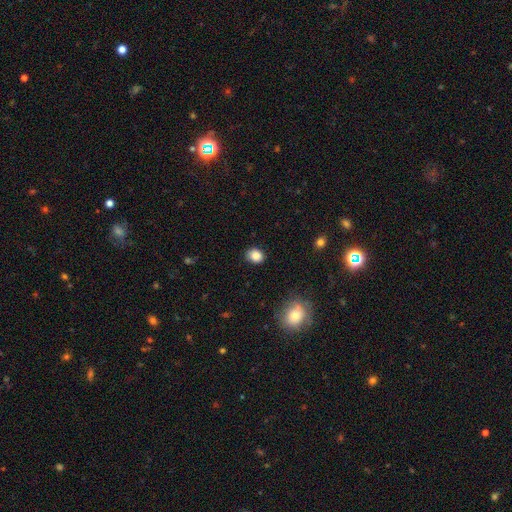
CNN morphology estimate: This is clearly a smooth galaxy (86%). How rounded: possibly round (60%). Merging: clearly none (85%).